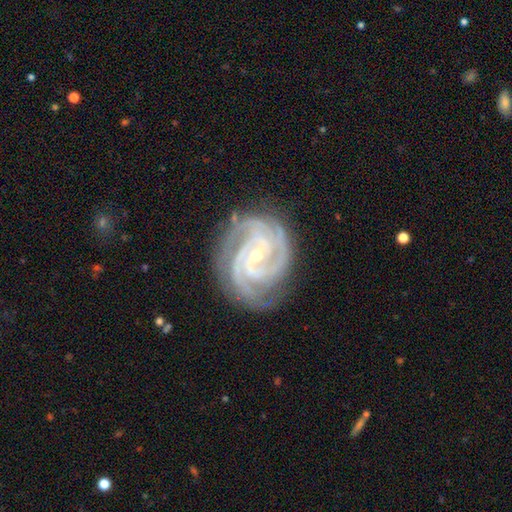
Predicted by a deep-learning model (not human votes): Smooth or featured?
  - featured or disk: 93% *
  - star or artifact: 5%
  - smooth: 3%
Edge-on disk?
  - no: 98% *
  - yes: 2%
Bar?
  - no: 40% *
  - weak: 38%
  - strong: 21%
Spiral arms?
  - yes: 99% *
  - no: 1%
Spiral winding?
  - tight: 75% *
  - medium: 23%
  - loose: 2%
Spiral arm count?
  - 3: 42% *
  - 4: 21%
  - 2: 18%
  - can't tell: 8%
  - more than 4: 6%
  - 1: 5%
Bulge size?
  - small: 70% *
  - moderate: 28%
  - large: 1%
  - none: 1%
  - dominant: 1%
Merging?
  - none: 79% *
  - minor disturbance: 15%
  - major disturbance: 4%
  - merger: 1%